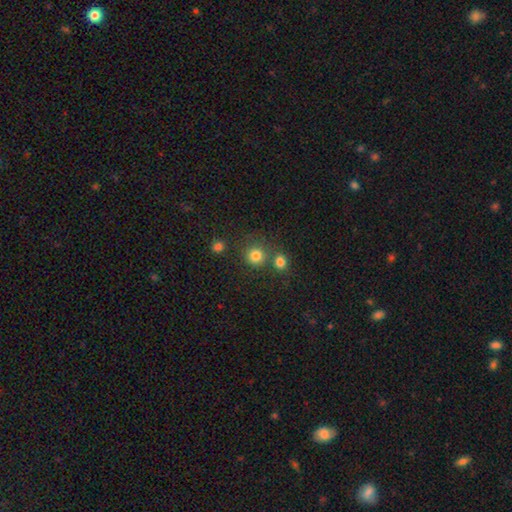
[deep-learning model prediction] Smooth or featured?
  - smooth: 80% *
  - star or artifact: 13%
  - featured or disk: 6%
How rounded?
  - round: 90% *
  - in between: 9%
  - cigar-shaped: 1%
Merging?
  - none: 66% *
  - merger: 21%
  - minor disturbance: 9%
  - major disturbance: 4%